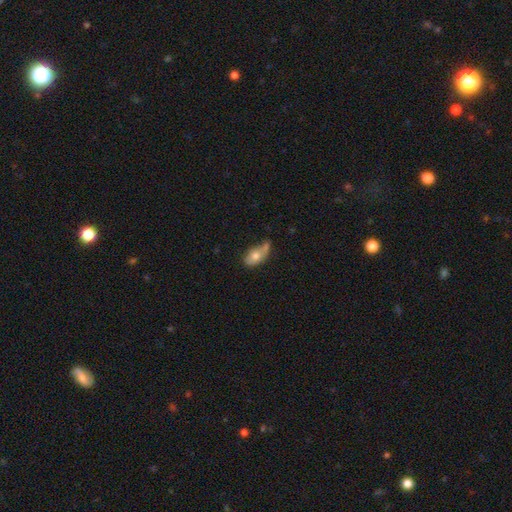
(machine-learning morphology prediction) Overall: smooth (68%). How rounded: in between (87%). Merging: none (33%; minor disturbance 32%).